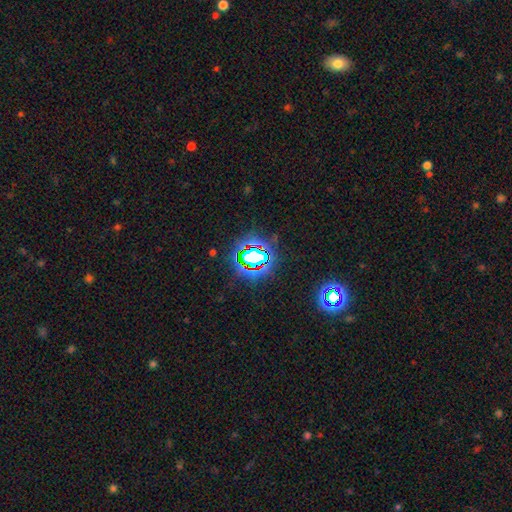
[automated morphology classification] Smooth or featured: star or artifact — 80% (smooth — 12%)